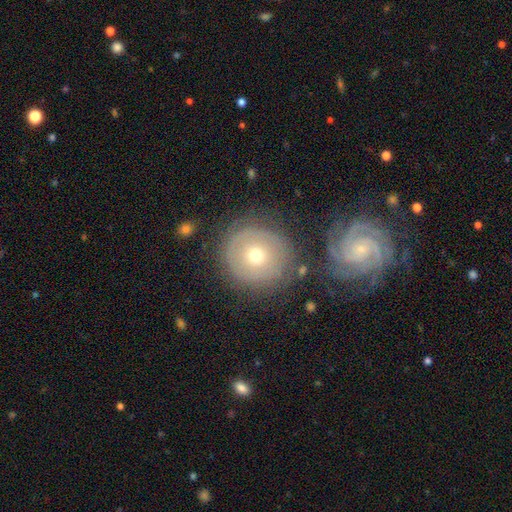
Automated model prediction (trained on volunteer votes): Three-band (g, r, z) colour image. It shows a featured or disk galaxy (54%) with no bar (83%), spiral arms (72%) and a moderate central bulge (56%). Merging: none (75%).